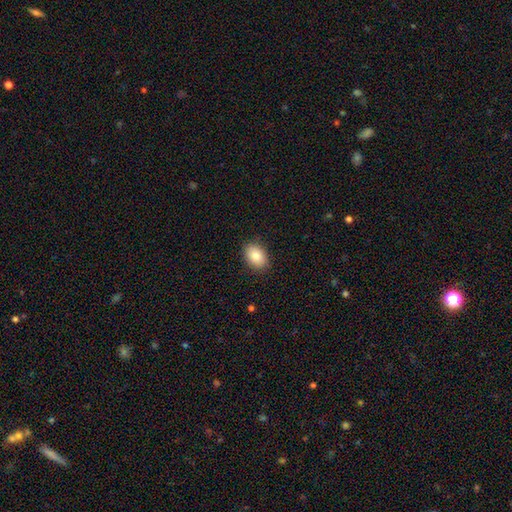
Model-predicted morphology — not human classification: smooth-or-featured: smooth: 84% | featured or disk: 9% | star or artifact: 8%
  how-rounded: in between: 82% | round: 17% | cigar-shaped: 1%
  merging: none: 88% | minor disturbance: 9% | major disturbance: 2% | merger: 1%